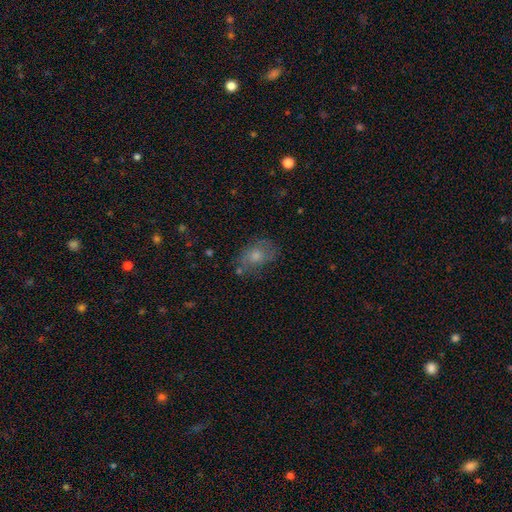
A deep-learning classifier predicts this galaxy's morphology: Smooth or featured?
  - smooth: 57% *
  - featured or disk: 26%
  - star or artifact: 17%
How rounded?
  - in between: 72% *
  - round: 27%
  - cigar-shaped: 2%
Merging?
  - none: 67% *
  - minor disturbance: 21%
  - major disturbance: 8%
  - merger: 4%